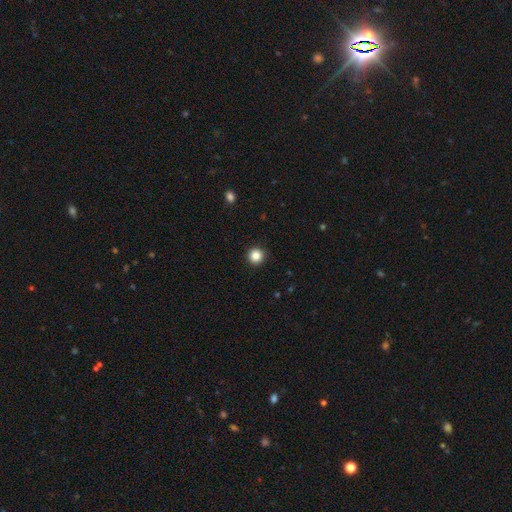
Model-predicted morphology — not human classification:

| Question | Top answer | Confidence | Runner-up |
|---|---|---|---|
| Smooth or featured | smooth | 85% | star or artifact (11%) |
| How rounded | round | 96% | in between (3%) |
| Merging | none | 94% | minor disturbance (4%) |